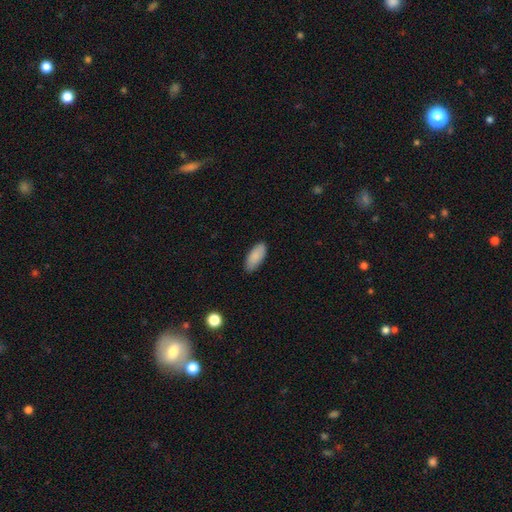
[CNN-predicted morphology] Smooth or featured? Predicted: smooth (p=0.88). How rounded? Predicted: in between (p=0.88). Merging? Predicted: none (p=0.84).